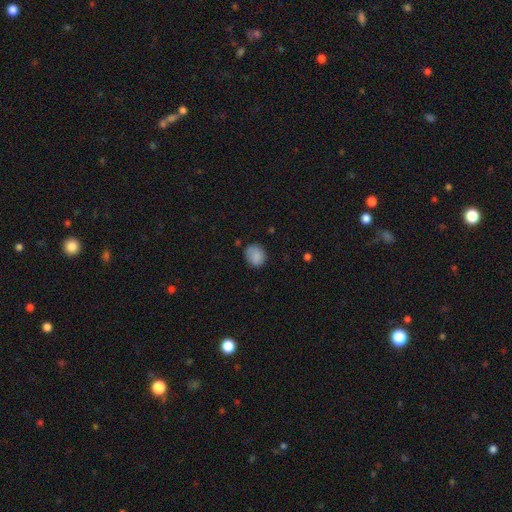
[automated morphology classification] smooth_or_featured: smooth (p=0.86) [alt: star or artifact p=0.09]
how_rounded: round (p=0.72) [alt: in between p=0.27]
merging: none (p=0.74) [alt: minor disturbance p=0.20]